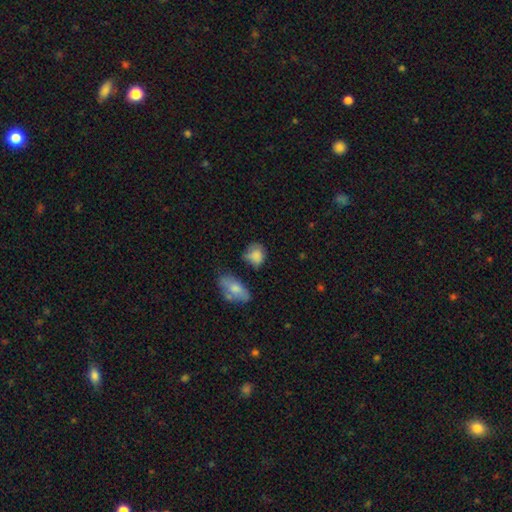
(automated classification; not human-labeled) Smooth or featured?
  - smooth: 81% *
  - featured or disk: 11%
  - star or artifact: 9%
How rounded?
  - round: 56% *
  - in between: 42%
  - cigar-shaped: 2%
Merging?
  - none: 49% *
  - minor disturbance: 30%
  - major disturbance: 12%
  - merger: 9%